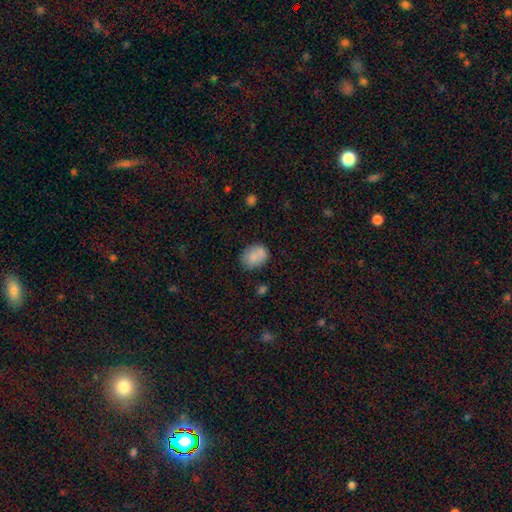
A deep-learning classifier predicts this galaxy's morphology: Smooth or featured? smooth (83%)
How rounded? in between (60%)
Merging? none (71%)